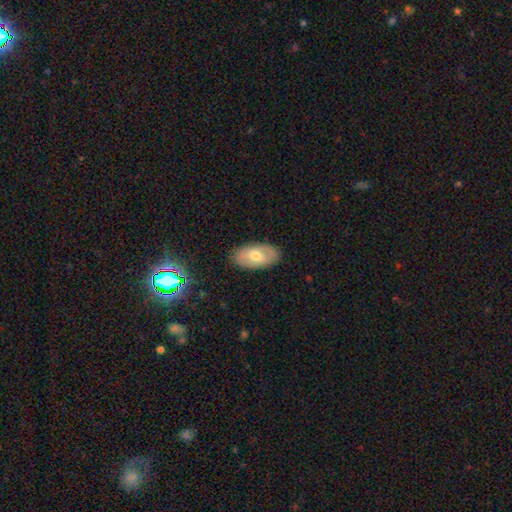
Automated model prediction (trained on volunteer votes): smooth-or-featured: smooth: 52% | featured or disk: 41% | star or artifact: 7%
  how-rounded: in between: 92% | round: 5% | cigar-shaped: 2%
  merging: none: 86% | minor disturbance: 11% | major disturbance: 3% | merger: 1%